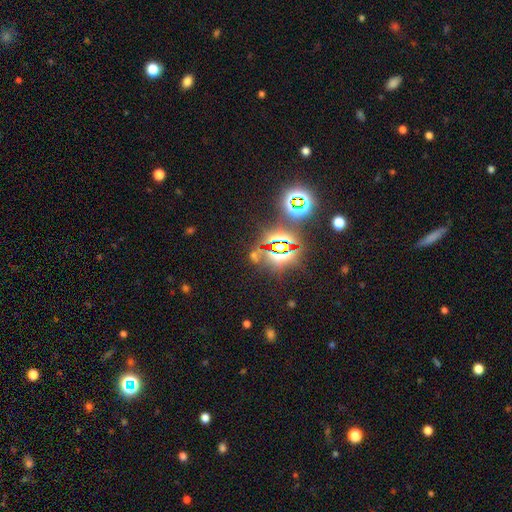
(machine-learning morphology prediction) Smooth or featured? Predicted: star or artifact (p=0.77).